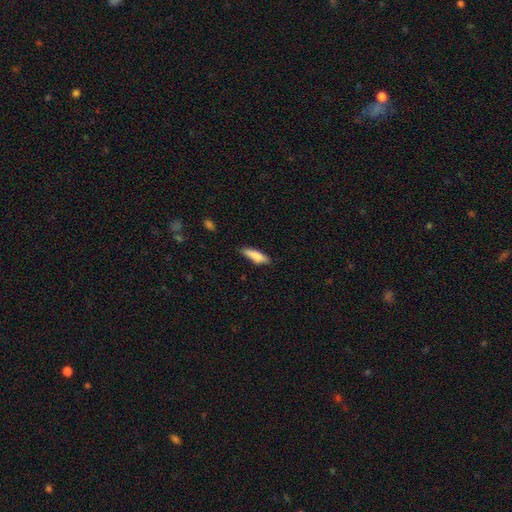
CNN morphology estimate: This is clearly a smooth galaxy (84%). How rounded: likely cigar-shaped (66%). Merging: clearly none (81%).